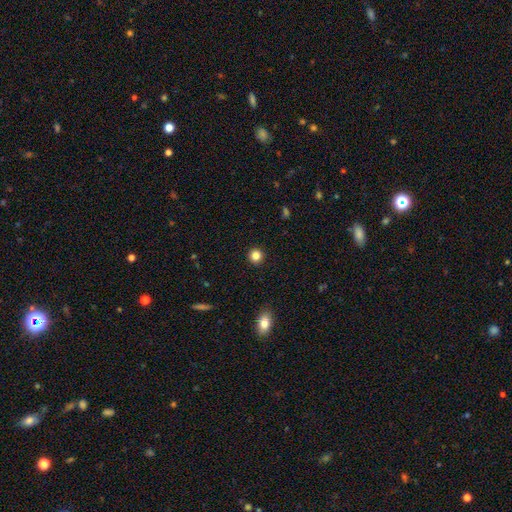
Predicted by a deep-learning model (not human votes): smooth_or_featured: smooth (p=0.84) [alt: star or artifact p=0.12]
how_rounded: round (p=0.94) [alt: in between p=0.05]
merging: none (p=0.93) [alt: minor disturbance p=0.04]